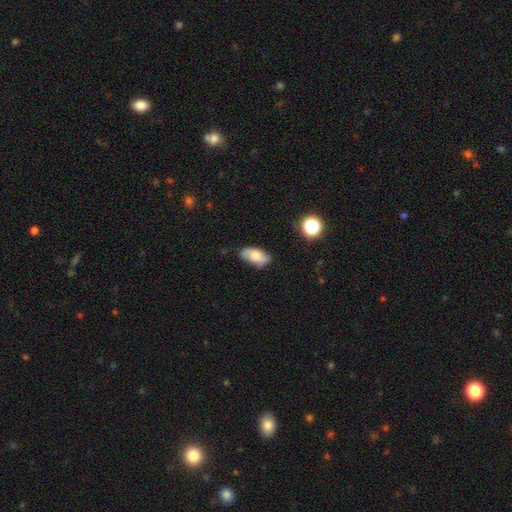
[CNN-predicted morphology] The model was most divided on "smooth or featured": smooth: 73%, featured or disk: 19%, star or artifact: 8%. More confident: how rounded — in between (90%); merging — none (74%).